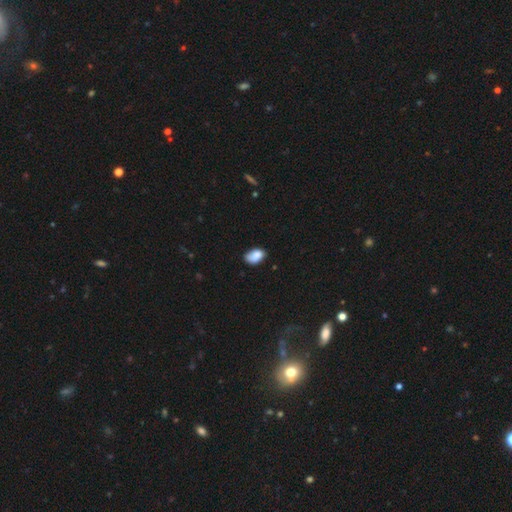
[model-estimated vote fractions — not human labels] Q: Smooth or featured?
A: smooth (84%); runner-up: featured or disk (8%)
Q: How rounded?
A: in between (90%); runner-up: round (9%)
Q: Merging?
A: none (61%); runner-up: minor disturbance (30%)